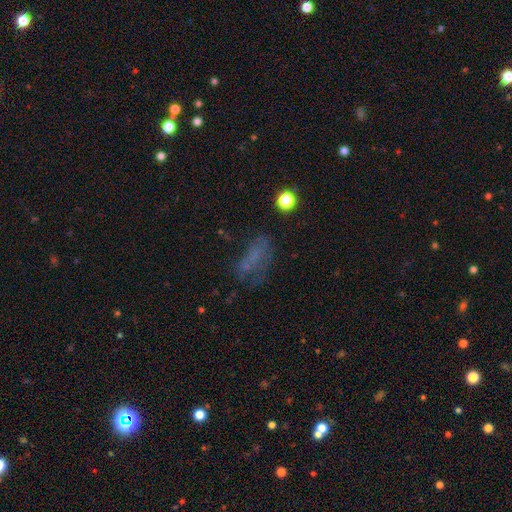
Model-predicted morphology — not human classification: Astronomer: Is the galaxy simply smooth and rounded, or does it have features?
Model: smooth — 45% (runner-up: featured or disk, 30%).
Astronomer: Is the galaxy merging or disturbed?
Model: none — 43% (runner-up: major disturbance, 30%).